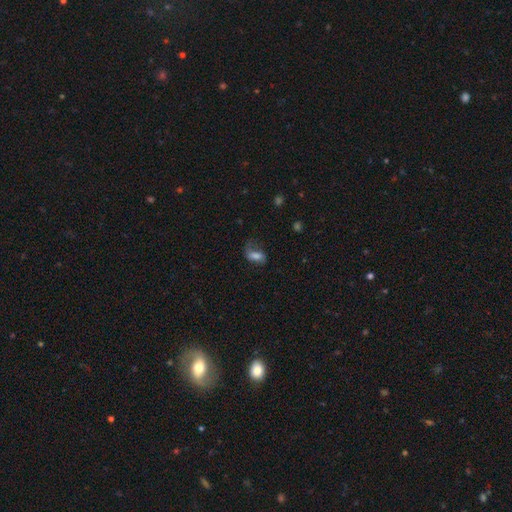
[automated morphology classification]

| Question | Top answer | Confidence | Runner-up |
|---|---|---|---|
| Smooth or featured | smooth | 63% | featured or disk (26%) |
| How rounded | in between | 85% | round (9%) |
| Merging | none | 42% | major disturbance (29%) |